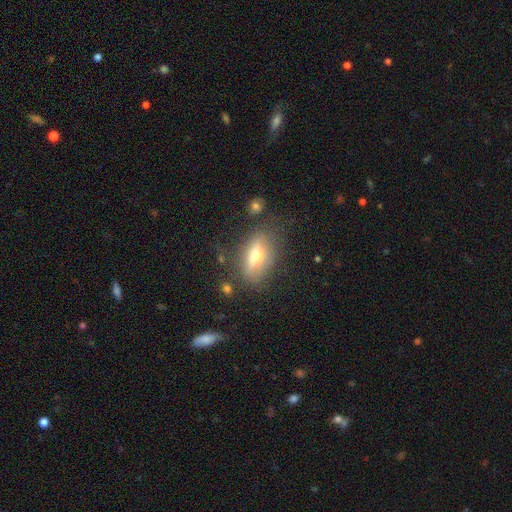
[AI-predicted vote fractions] A featured or disk galaxy (47%). Merging: none (72%).